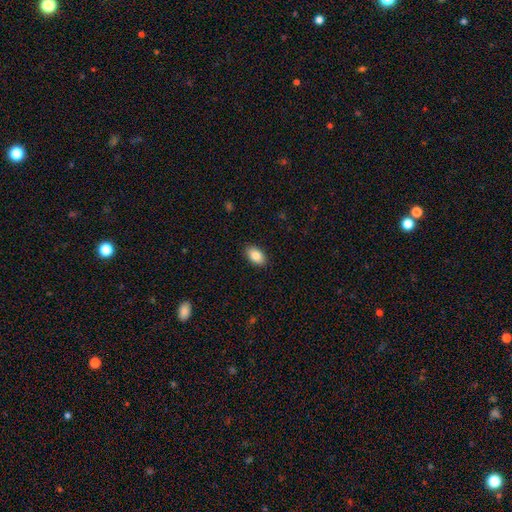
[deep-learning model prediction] smooth_or_featured: smooth (p=0.87) [alt: star or artifact p=0.07]
how_rounded: in between (p=0.93) [alt: round p=0.06]
merging: none (p=0.89) [alt: minor disturbance p=0.08]